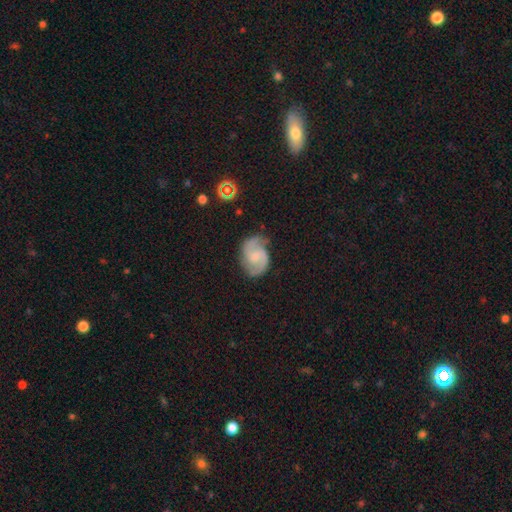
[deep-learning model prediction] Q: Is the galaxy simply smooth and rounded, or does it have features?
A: featured or disk — 84%.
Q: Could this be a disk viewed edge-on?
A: no — 98%.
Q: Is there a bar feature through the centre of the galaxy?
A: no — 48%.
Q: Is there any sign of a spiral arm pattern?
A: yes — 97%.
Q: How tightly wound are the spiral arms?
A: medium — 56%.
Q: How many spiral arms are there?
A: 2 — 91%.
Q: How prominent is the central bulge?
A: small — 40%.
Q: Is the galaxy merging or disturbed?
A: none — 75%.